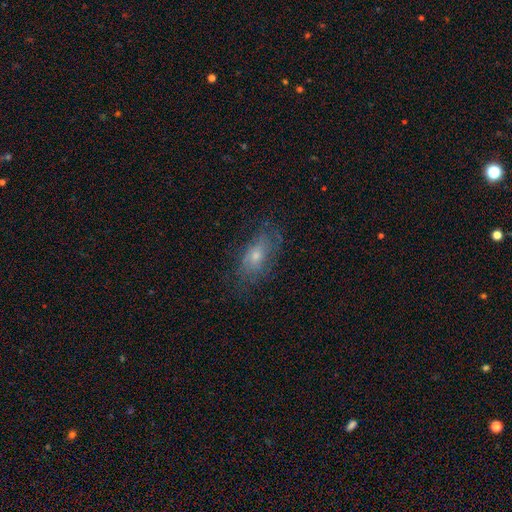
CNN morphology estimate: smooth 50%, featured or disk 38%, star or artifact 12%. Down the decision tree: merging — none (69%).